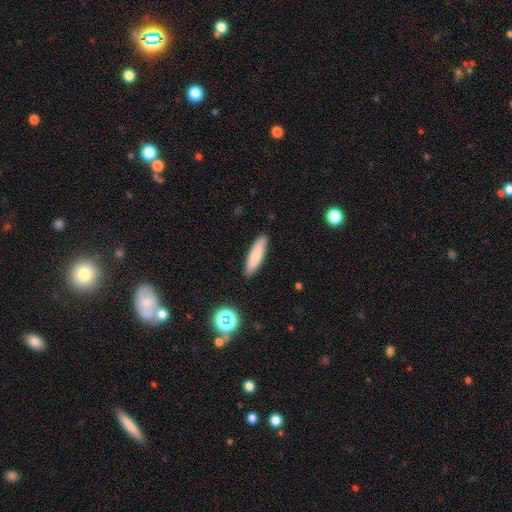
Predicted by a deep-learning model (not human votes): The model was most divided on "how rounded": cigar-shaped: 70%, in between: 28%, round: 2%. More confident: merging — none (89%); smooth or featured — smooth (82%).